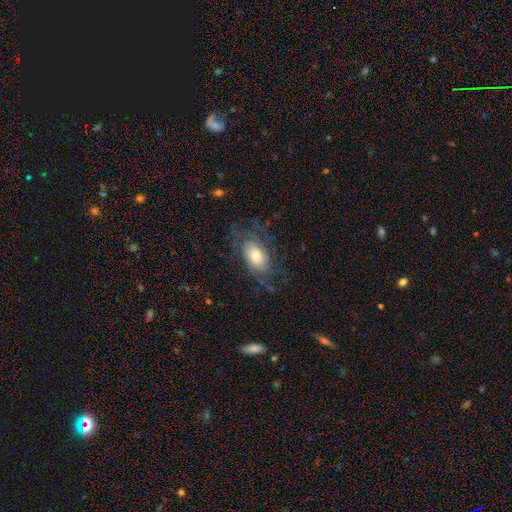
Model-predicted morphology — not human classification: Smooth or featured: featured or disk — 54% (smooth — 37%)
Edge-on disk: no — 92% (yes — 8%)
Bar: no — 75% (weak — 21%)
Spiral arms: yes — 78% (no — 22%)
Bulge size: moderate — 53% (large — 24%)
Merging: none — 61% (minor disturbance — 20%)